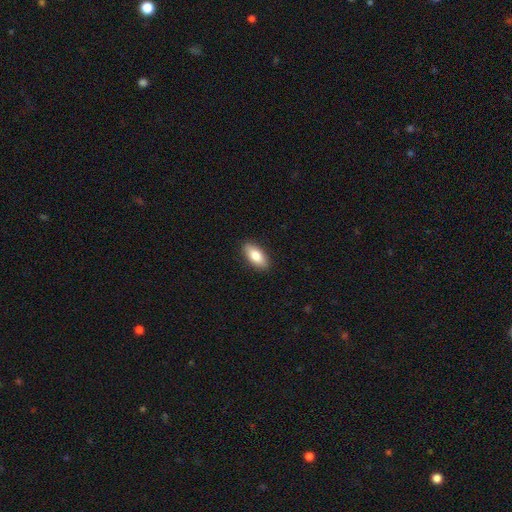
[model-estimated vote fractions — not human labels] smooth-or-featured: smooth: 84% | featured or disk: 10% | star or artifact: 6%
  how-rounded: in between: 86% | cigar-shaped: 11% | round: 3%
  merging: none: 89% | minor disturbance: 8% | major disturbance: 2% | merger: 1%